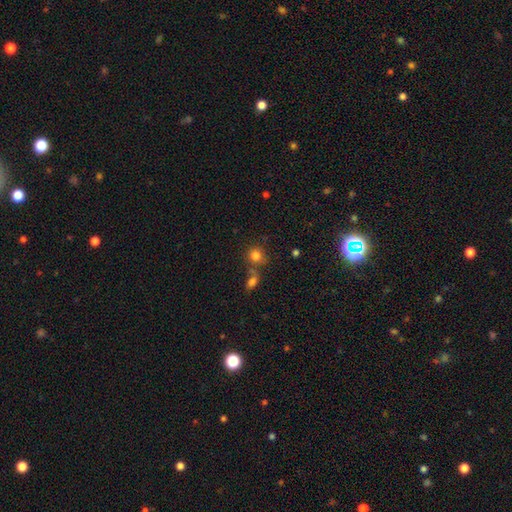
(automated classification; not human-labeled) The model was most divided on "merging": none: 61%, merger: 21%, minor disturbance: 13%, major disturbance: 5%. More confident: smooth or featured — smooth (81%); how rounded — round (80%).